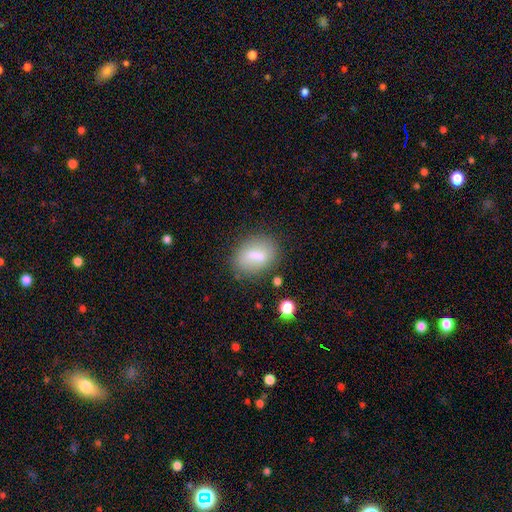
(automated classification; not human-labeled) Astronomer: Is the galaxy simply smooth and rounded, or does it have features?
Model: smooth — 71%.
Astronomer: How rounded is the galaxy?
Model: in between — 73%.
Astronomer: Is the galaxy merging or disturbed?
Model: none — 67%.